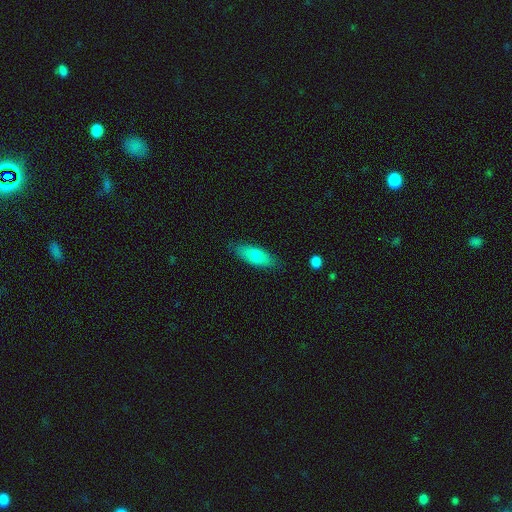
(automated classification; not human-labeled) smooth 72%, featured or disk 21%, star or artifact 6%. Down the decision tree: how rounded — in between (69%); merging — none (83%).